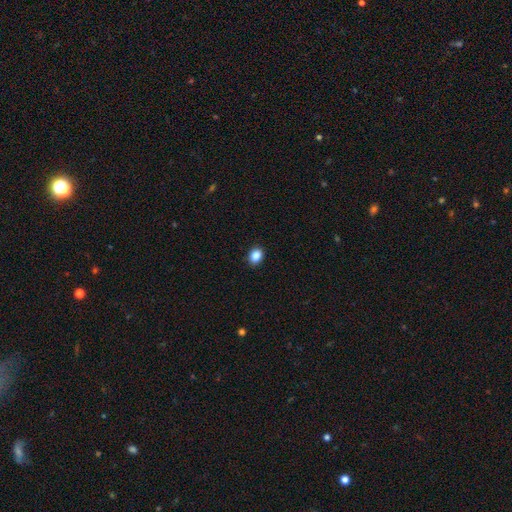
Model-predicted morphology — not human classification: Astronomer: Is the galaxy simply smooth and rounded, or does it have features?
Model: smooth — 87%.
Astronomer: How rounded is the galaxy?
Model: in between — 55% (runner-up: round, 44%).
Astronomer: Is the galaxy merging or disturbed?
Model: none — 91%.